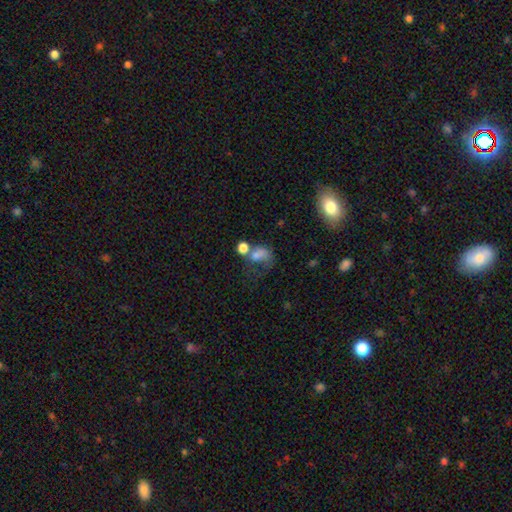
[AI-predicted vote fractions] Smooth or featured?
  - smooth: 65% *
  - featured or disk: 19%
  - star or artifact: 16%
How rounded?
  - in between: 60% *
  - round: 38%
  - cigar-shaped: 2%
Merging?
  - merger: 32% *
  - major disturbance: 31%
  - none: 22%
  - minor disturbance: 15%